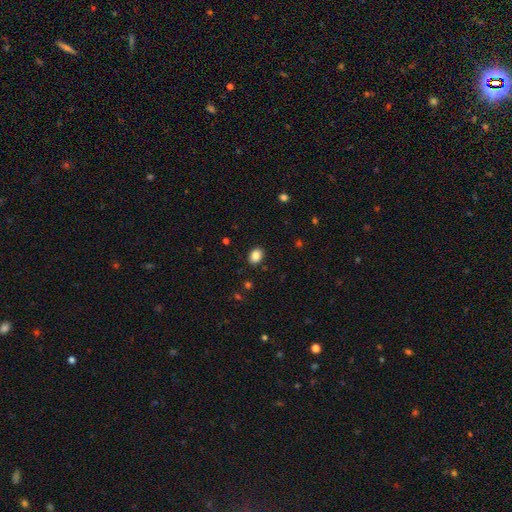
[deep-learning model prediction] Smooth or featured: smooth — 87% (star or artifact — 9%)
How rounded: in between — 73% (round — 26%)
Merging: none — 89% (minor disturbance — 8%)